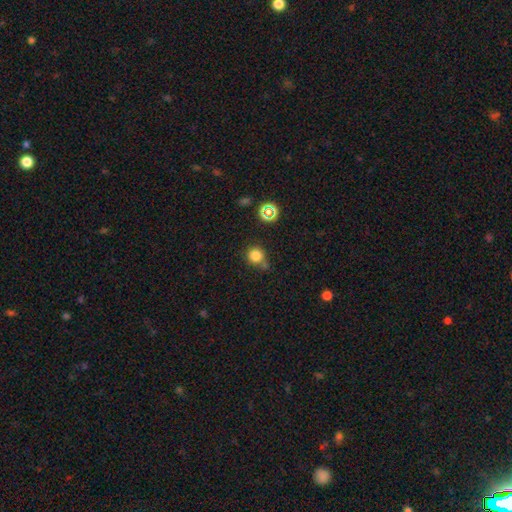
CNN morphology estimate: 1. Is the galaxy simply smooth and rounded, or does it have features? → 79% smooth, 15% star or artifact, 6% featured or disk.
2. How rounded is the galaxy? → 91% round, 8% in between, 1% cigar-shaped.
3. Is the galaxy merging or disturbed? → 68% none, 15% minor disturbance, 13% merger, 4% major disturbance.